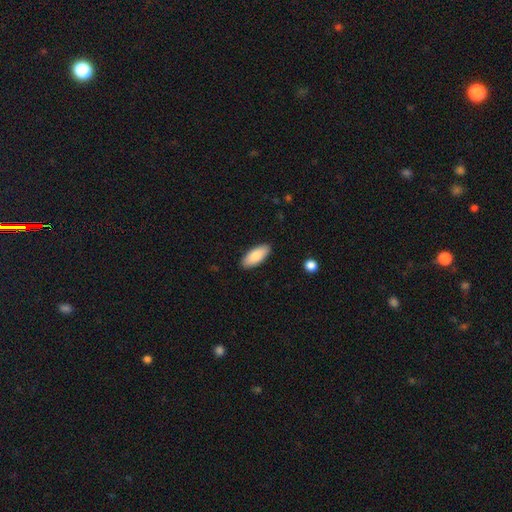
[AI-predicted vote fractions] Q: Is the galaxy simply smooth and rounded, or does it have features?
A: smooth — 86%.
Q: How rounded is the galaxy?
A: in between — 84%.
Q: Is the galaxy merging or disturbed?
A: none — 89%.